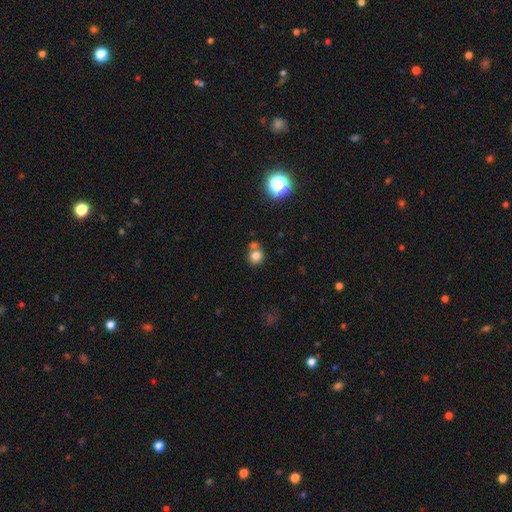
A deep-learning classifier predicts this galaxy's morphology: type=smooth (77%); roundness=round (84%); merging=none (55%).